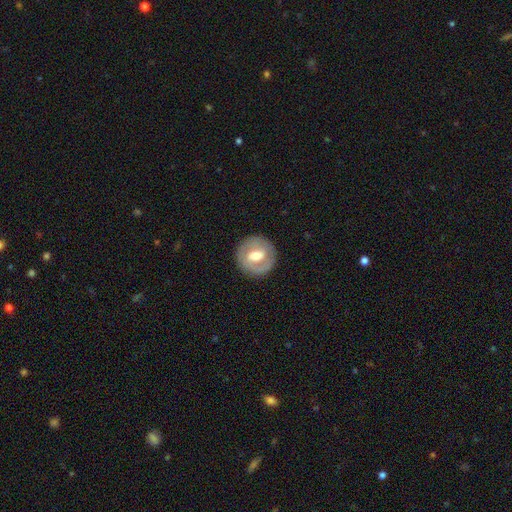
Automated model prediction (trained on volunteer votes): A featured or disk galaxy (57%) with a weak bar (47%), no spiral arms (54%) and a moderate central bulge (67%).

Vote fractions:
- Smooth or featured? featured or disk: 57% / smooth: 37% / star or artifact: 6%
- Edge-on disk? no: 95% / yes: 5%
- Bar? weak: 47% / strong: 27% / no: 26%
- Spiral arms? no: 54% / yes: 46%
- Bulge size? moderate: 67% / large: 18% / small: 13% / dominant: 1% / none: 1%
- Merging? none: 86% / minor disturbance: 9% / major disturbance: 4% / merger: 1%